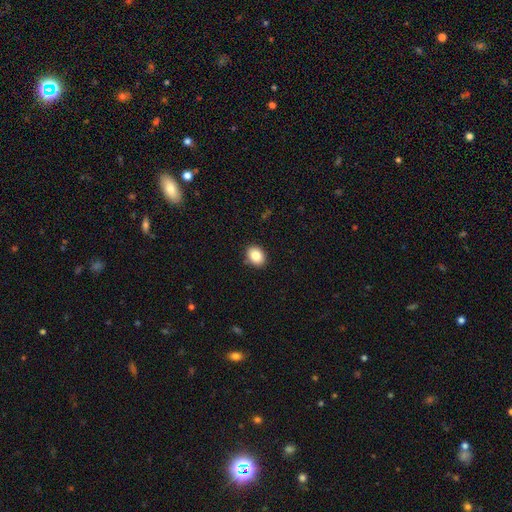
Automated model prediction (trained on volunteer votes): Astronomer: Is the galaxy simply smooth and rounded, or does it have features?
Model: smooth — 85%.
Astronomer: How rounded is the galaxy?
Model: in between — 59% (runner-up: round, 40%).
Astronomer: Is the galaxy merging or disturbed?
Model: none — 88%.